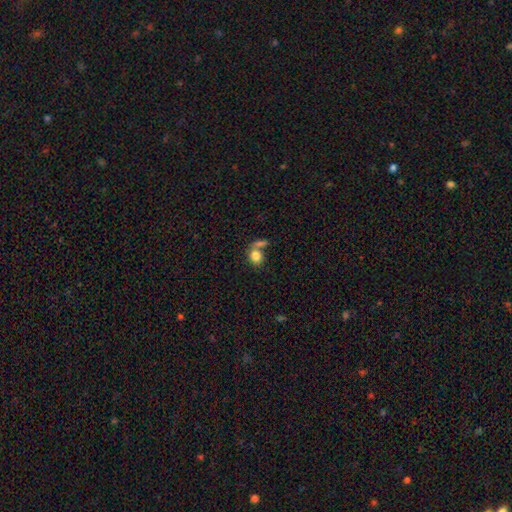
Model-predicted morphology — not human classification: smooth-or-featured: smooth: 81% | featured or disk: 10% | star or artifact: 9%
  how-rounded: round: 58% | in between: 41% | cigar-shaped: 2%
  merging: none: 44% | merger: 37% | minor disturbance: 12% | major disturbance: 7%